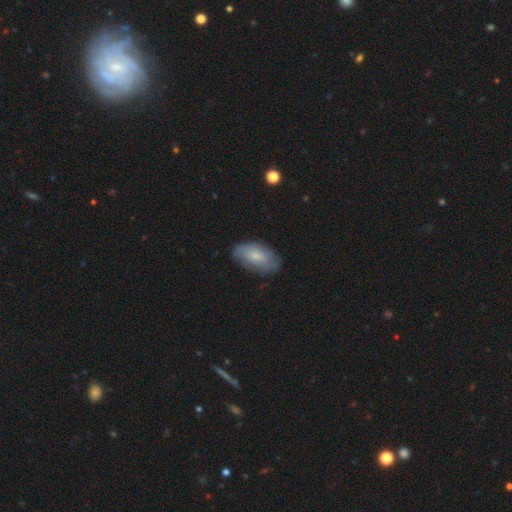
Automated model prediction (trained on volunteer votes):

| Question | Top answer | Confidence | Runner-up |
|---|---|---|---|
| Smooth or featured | smooth | 58% | featured or disk (36%) |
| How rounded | in between | 92% | round (4%) |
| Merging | none | 74% | minor disturbance (20%) |